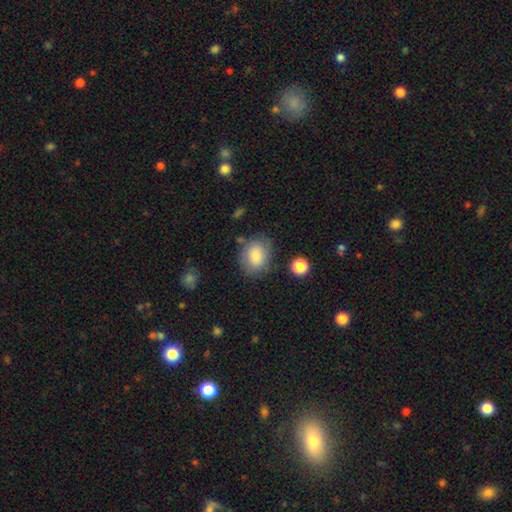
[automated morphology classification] smooth 80%, featured or disk 12%, star or artifact 8%. Down the decision tree: how rounded — in between (58%); merging — none (71%).